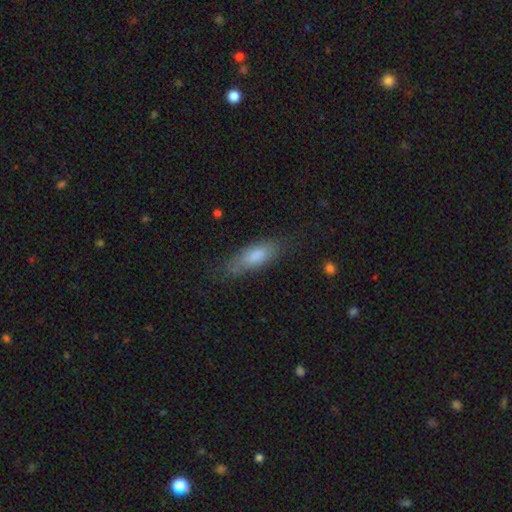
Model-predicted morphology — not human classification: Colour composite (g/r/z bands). It shows a smooth galaxy with no disk features (78%) that is in between round and cigar-shaped (64%). Merging: none (69%).